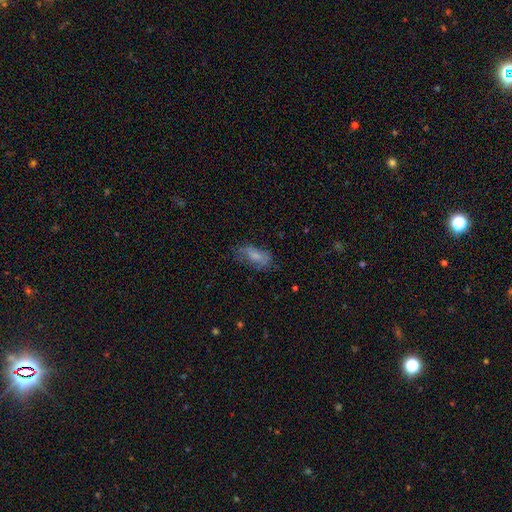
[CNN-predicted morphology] The model was most divided on "merging": none: 53%, minor disturbance: 28%, major disturbance: 17%, merger: 2%. More confident: how rounded — in between (85%); smooth or featured — smooth (65%).